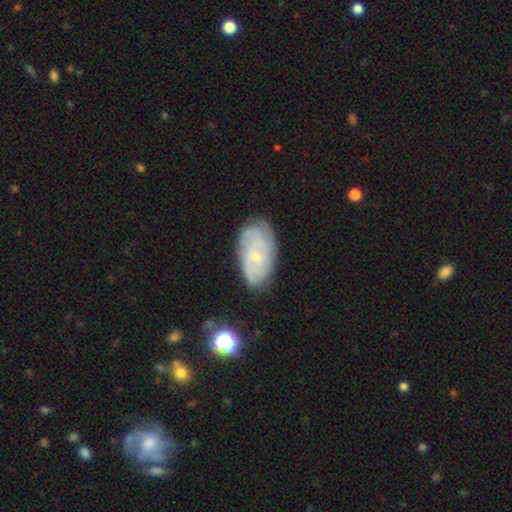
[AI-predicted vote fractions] Overall: featured or disk (71%). Edge-on disk: no (95%). Bar: no (73%). Spiral arms: yes (88%). Spiral arm count: can't tell (49%; 2 14%). Spiral winding: tight (66%; medium 26%). Bulge size: small (77%). Merging: none (73%).